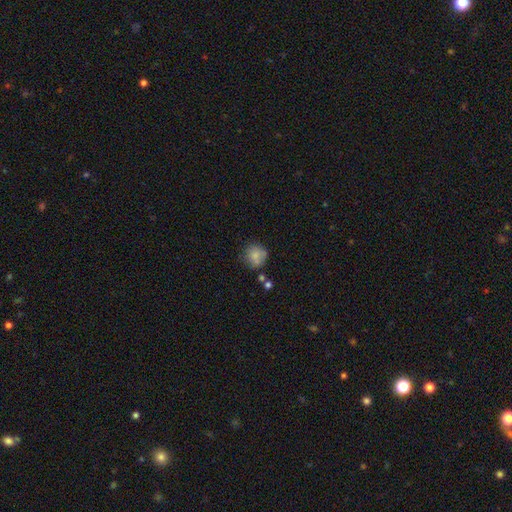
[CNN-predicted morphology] The model was most divided on "merging": none: 63%, minor disturbance: 21%, merger: 9%, major disturbance: 6%. More confident: how rounded — round (88%); smooth or featured — smooth (78%).